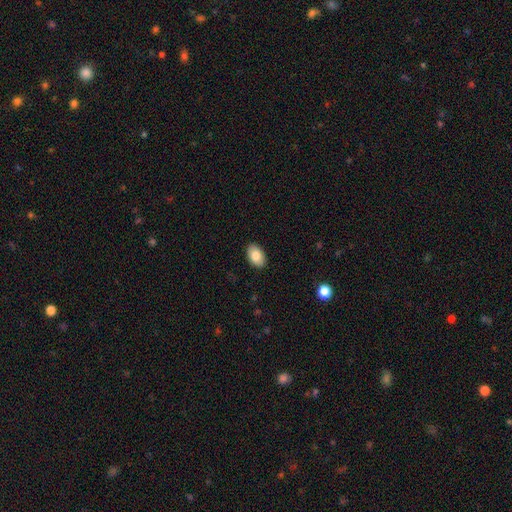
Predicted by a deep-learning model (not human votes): Smooth or featured: smooth — 85% (featured or disk — 8%)
How rounded: in between — 92% (round — 7%)
Merging: none — 89% (minor disturbance — 8%)